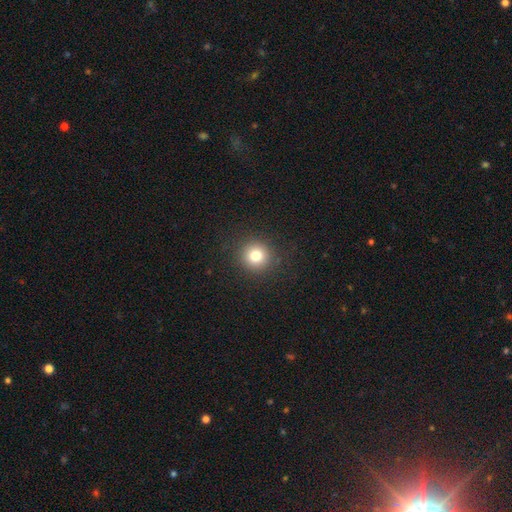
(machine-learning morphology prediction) Smooth or featured? smooth (78%)
How rounded? round (94%)
Merging? none (91%)